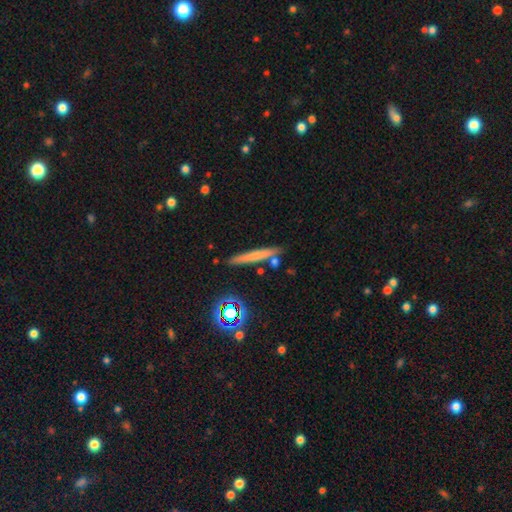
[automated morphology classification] smooth 61%, featured or disk 28%, star or artifact 11%. Down the decision tree: how rounded — cigar-shaped (94%); merging — none (84%).